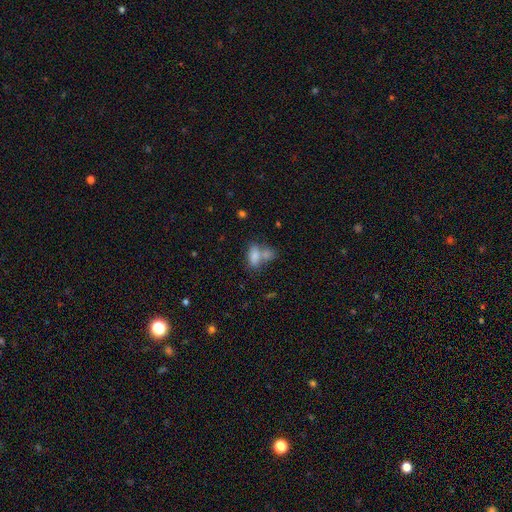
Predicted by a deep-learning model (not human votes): Smooth or featured?
  - smooth: 80% *
  - featured or disk: 10%
  - star or artifact: 10%
How rounded?
  - in between: 88% *
  - round: 7%
  - cigar-shaped: 6%
Merging?
  - merger: 49% *
  - none: 34%
  - minor disturbance: 11%
  - major disturbance: 6%